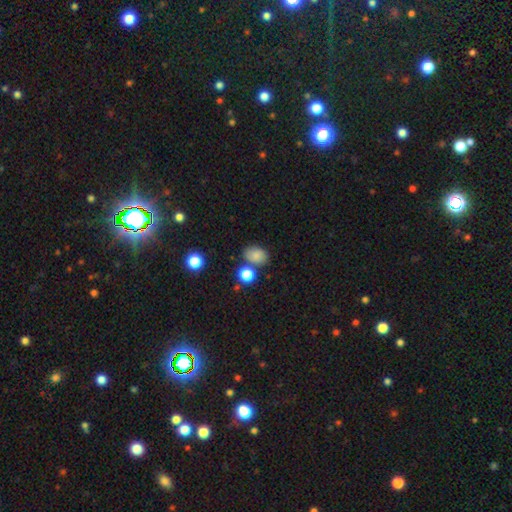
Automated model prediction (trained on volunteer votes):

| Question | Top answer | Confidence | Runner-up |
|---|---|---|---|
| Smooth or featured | smooth | 81% | star or artifact (12%) |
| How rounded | in between | 69% | round (30%) |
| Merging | none | 69% | minor disturbance (16%) |